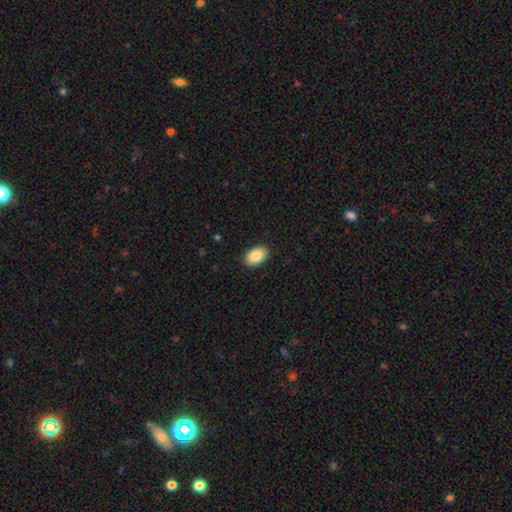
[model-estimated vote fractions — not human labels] smooth_or_featured: smooth (p=0.87) [alt: featured or disk p=0.07]
how_rounded: in between (p=0.91) [alt: round p=0.08]
merging: none (p=0.90) [alt: minor disturbance p=0.07]